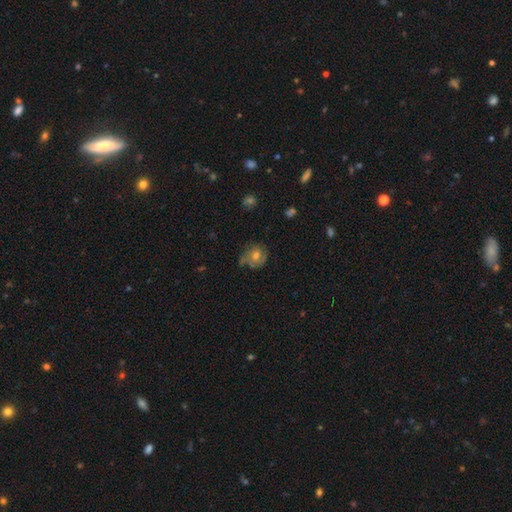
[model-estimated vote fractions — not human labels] smooth-or-featured: featured or disk: 63% | smooth: 25% | star or artifact: 13%
  disk-edge-on: no: 97% | yes: 3%
    bar: no: 71% | weak: 25% | strong: 4%
    has-spiral-arms: yes: 87% | no: 13%
      spiral-winding: tight: 51% | medium: 37% | loose: 12%
      spiral-arm-count: 2: 36% | can't tell: 29% | 3: 19% | 1: 8% | 4: 4% | more than 4: 4%
    bulge-size: moderate: 65% | small: 26% | large: 5% | none: 2% | dominant: 1%
  merging: none: 67% | minor disturbance: 21% | major disturbance: 10% | merger: 3%